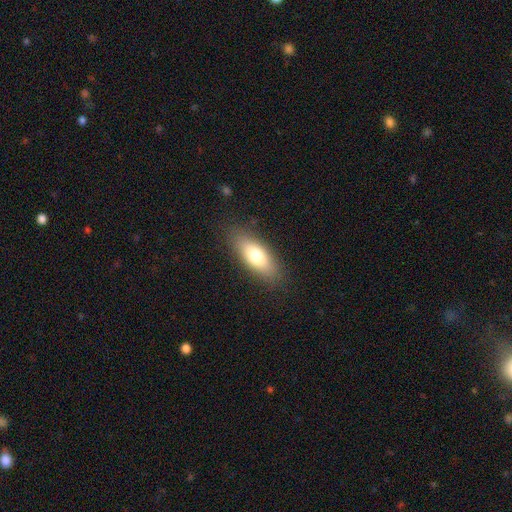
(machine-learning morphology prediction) Smooth or featured: smooth — 74% (featured or disk — 19%)
How rounded: in between — 76% (cigar-shaped — 21%)
Merging: none — 84% (minor disturbance — 11%)